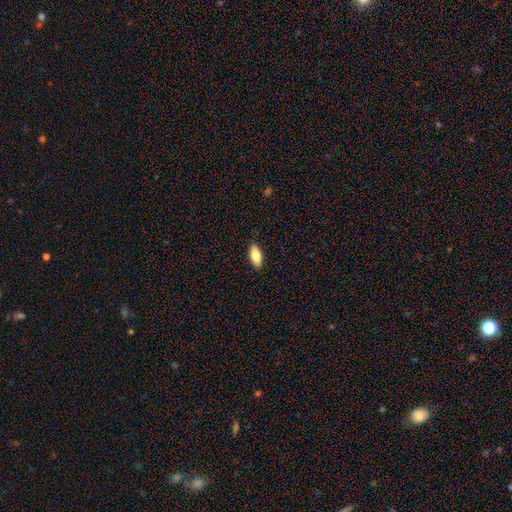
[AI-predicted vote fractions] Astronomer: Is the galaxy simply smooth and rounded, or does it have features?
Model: smooth — 81%.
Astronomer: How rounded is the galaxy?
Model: in between — 83%.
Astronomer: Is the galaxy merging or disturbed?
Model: none — 88%.